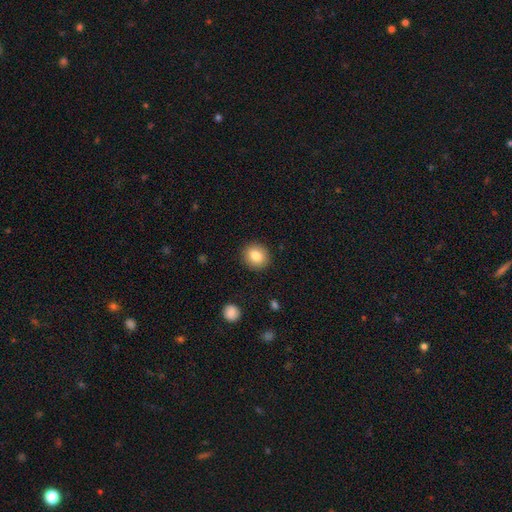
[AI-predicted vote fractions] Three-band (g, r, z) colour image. It shows a smooth galaxy with no disk features (83%) that is round (79%). Merging: none (90%).